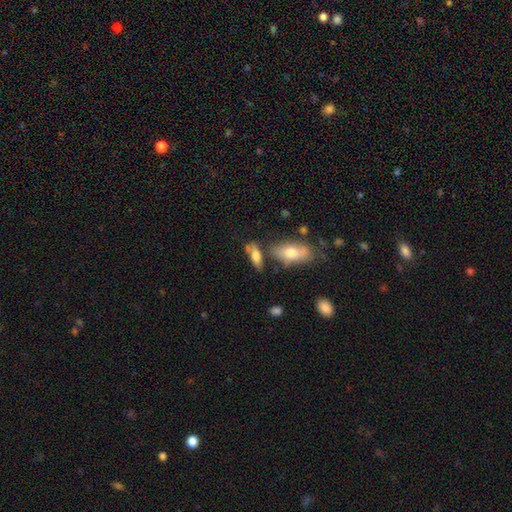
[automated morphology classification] smooth 70%, featured or disk 22%, star or artifact 8%. Down the decision tree: how rounded — in between (67%); merging — none (54%).